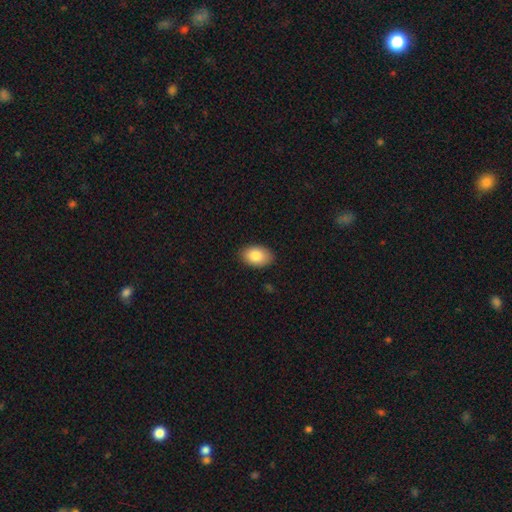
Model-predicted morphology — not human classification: type=smooth (84%); roundness=in between (88%); merging=none (88%).